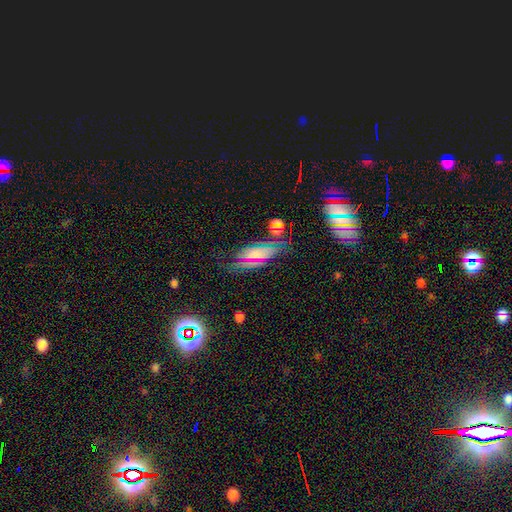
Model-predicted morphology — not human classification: Smooth or featured: smooth — 46% (featured or disk — 33%)
Merging: none — 68% (minor disturbance — 21%)